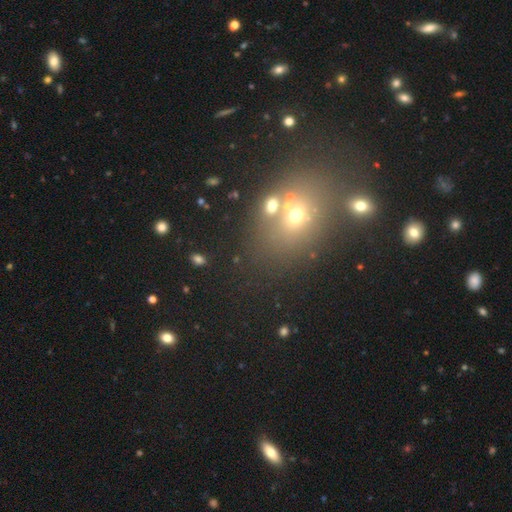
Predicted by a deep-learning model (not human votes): smooth-or-featured: smooth: 46% | star or artifact: 39% | featured or disk: 16%
  merging: none: 66% | merger: 17% | minor disturbance: 11% | major disturbance: 6%